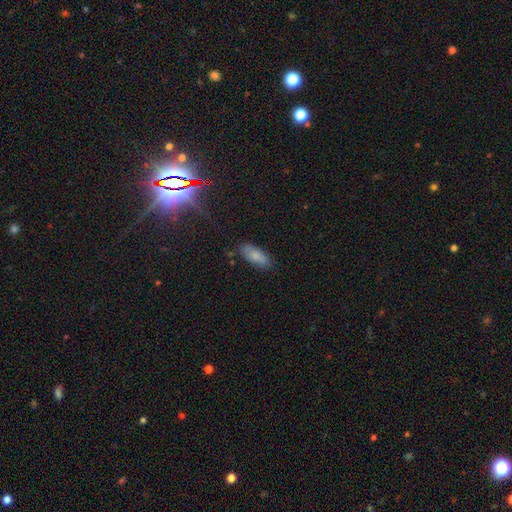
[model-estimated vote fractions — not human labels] Q: Smooth or featured?
A: smooth (78%); runner-up: featured or disk (14%)
Q: How rounded?
A: in between (82%); runner-up: cigar-shaped (16%)
Q: Merging?
A: none (79%); runner-up: minor disturbance (15%)